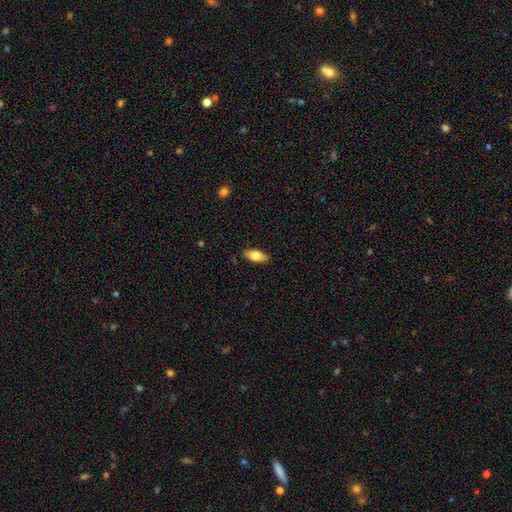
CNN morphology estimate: type=smooth (77%); roundness=in between (86%); merging=none (87%).